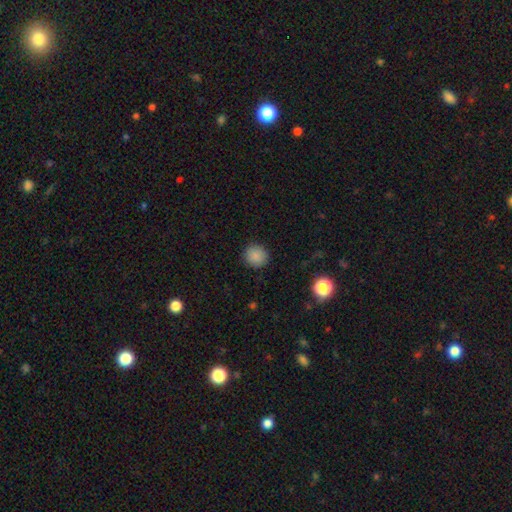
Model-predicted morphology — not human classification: Smooth or featured?
  - smooth: 86% *
  - star or artifact: 10%
  - featured or disk: 3%
How rounded?
  - round: 92% *
  - in between: 7%
  - cigar-shaped: 1%
Merging?
  - none: 90% *
  - minor disturbance: 7%
  - major disturbance: 2%
  - merger: 1%